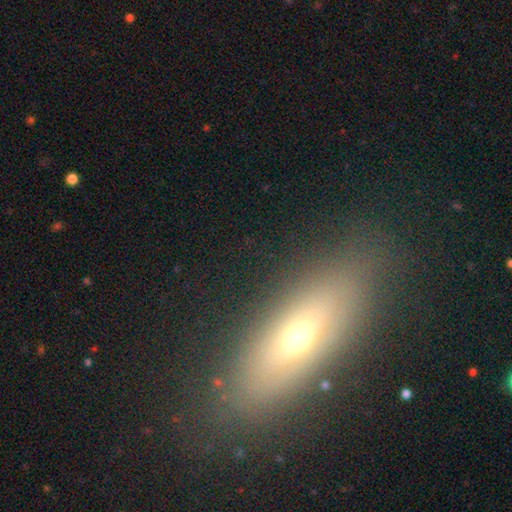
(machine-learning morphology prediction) Smooth or featured?
  - smooth: 52% *
  - featured or disk: 34%
  - star or artifact: 14%
How rounded?
  - in between: 54% *
  - cigar-shaped: 40%
  - round: 7%
Merging?
  - none: 81% *
  - minor disturbance: 12%
  - major disturbance: 6%
  - merger: 2%